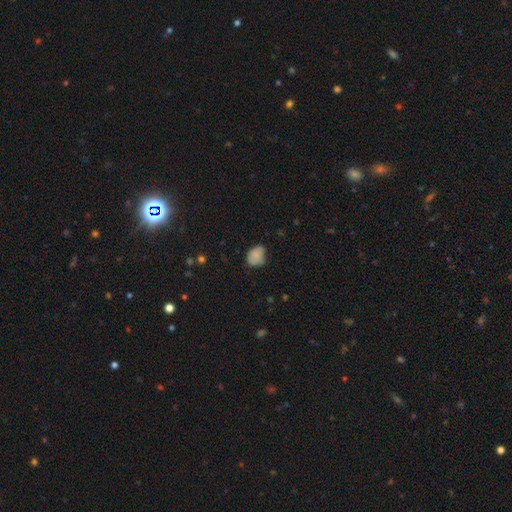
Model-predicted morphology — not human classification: A smooth galaxy with no disk features (82%) that is in between round and cigar-shaped (64%). Merging: none (57%).